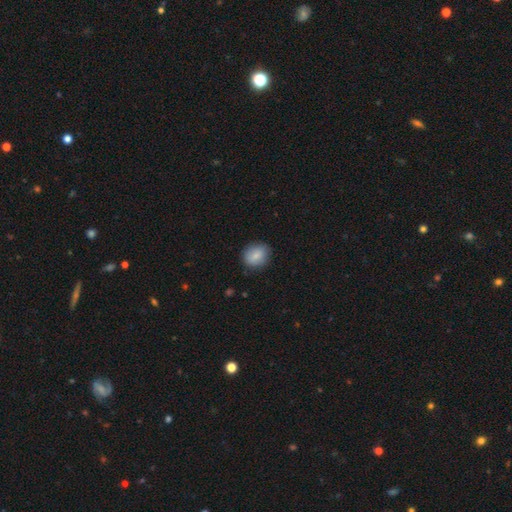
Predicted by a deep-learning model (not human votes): A smooth galaxy with no disk features (82%) that is round (65%).

Vote fractions:
- Smooth or featured? smooth: 82% / featured or disk: 11% / star or artifact: 7%
- How rounded? round: 65% / in between: 34% / cigar-shaped: 1%
- Merging? none: 84% / minor disturbance: 12% / major disturbance: 3% / merger: 1%